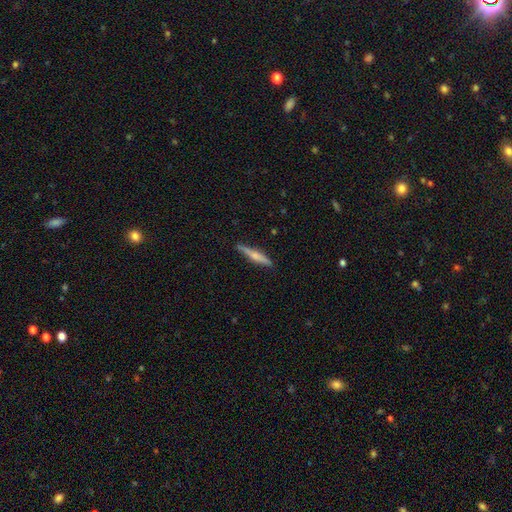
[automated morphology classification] A featured or disk galaxy (49%). Merging: none (89%).